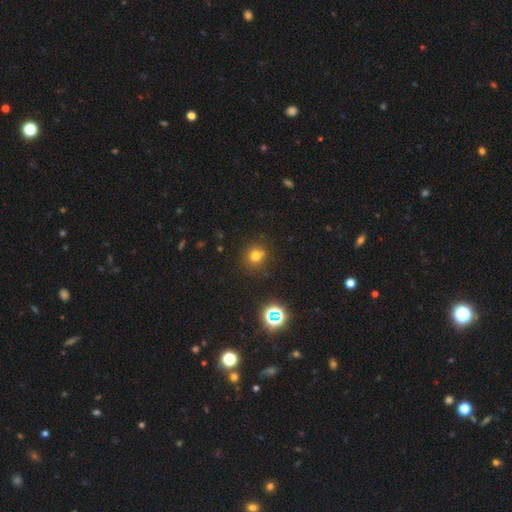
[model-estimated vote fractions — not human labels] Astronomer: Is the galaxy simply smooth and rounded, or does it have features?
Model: smooth — 71%.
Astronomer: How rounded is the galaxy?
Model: round — 89%.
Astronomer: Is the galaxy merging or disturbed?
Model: none — 77%.